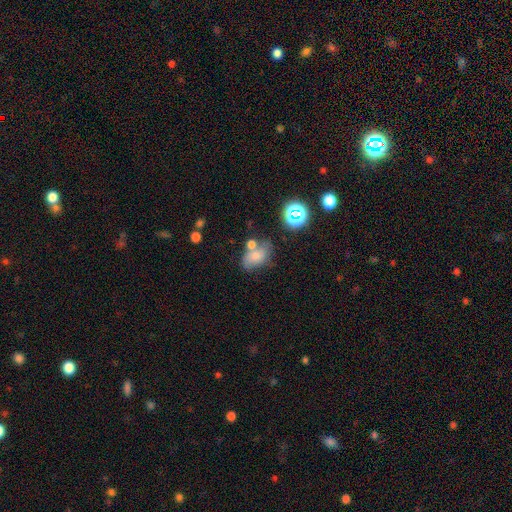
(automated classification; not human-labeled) This is likely a smooth galaxy (64%). How rounded: clearly in between (80%). Merging: marginally none (44%).